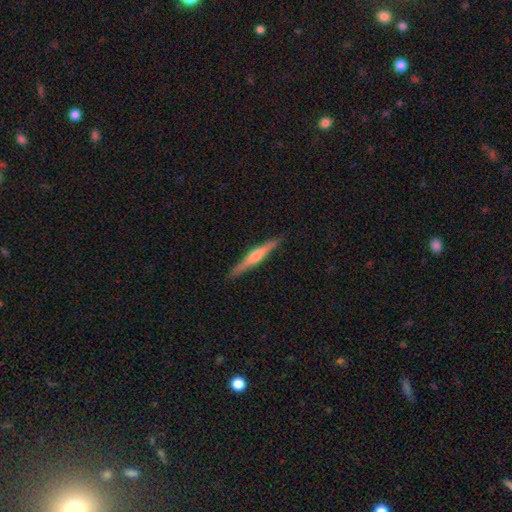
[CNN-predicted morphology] Smooth or featured? Predicted: featured or disk (p=0.66). Edge-on disk? Predicted: yes (p=0.98). Edge-on bulge? Predicted: rounded (p=0.78). Merging? Predicted: none (p=0.91).